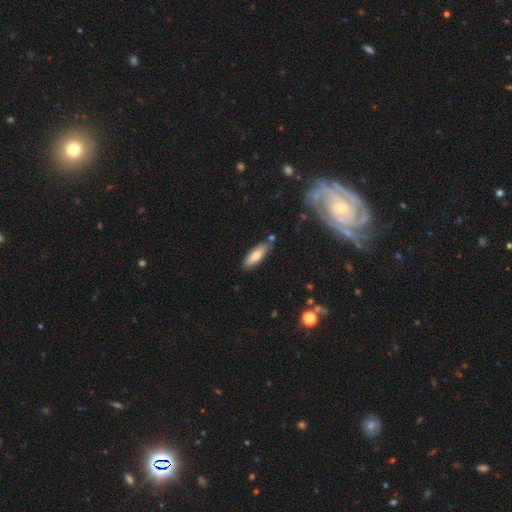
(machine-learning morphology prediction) Smooth or featured? Predicted: smooth (p=0.78). How rounded? Predicted: in between (p=0.53). Merging? Predicted: none (p=0.76).